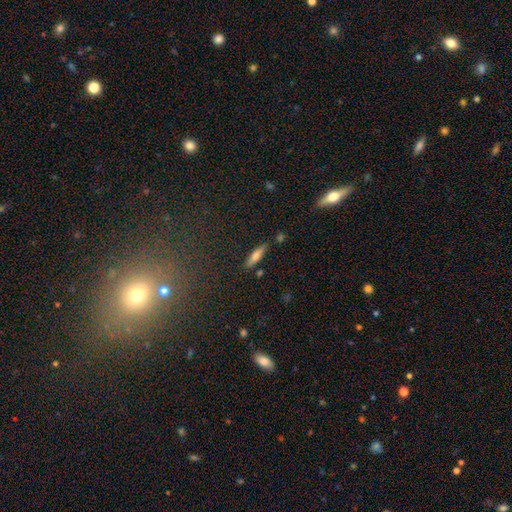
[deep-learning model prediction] A smooth galaxy with no disk features (67%) that is cigar-shaped (71%). Merging: none (82%).